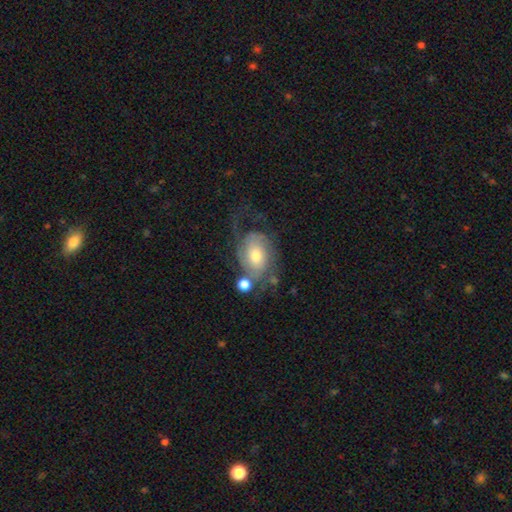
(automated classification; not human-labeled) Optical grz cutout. It shows a featured or disk galaxy (69%) with no bar (68%), 2 (49%) medium (39%) spiral arms (86%) and a moderate central bulge (60%). Merging: none (40%).